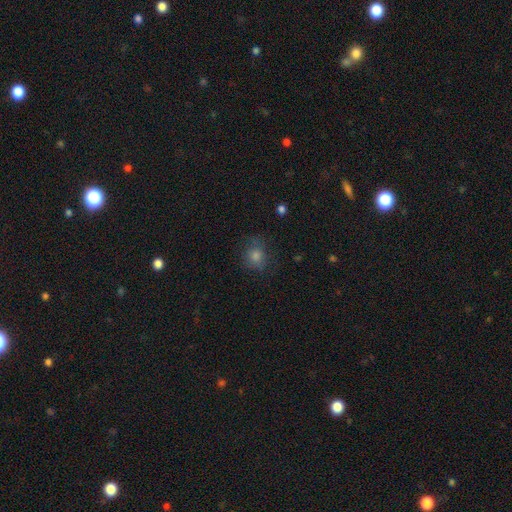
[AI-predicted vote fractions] smooth_or_featured: smooth (p=0.72) [alt: star or artifact p=0.18]
how_rounded: round (p=0.79) [alt: in between p=0.19]
merging: none (p=0.75) [alt: minor disturbance p=0.17]